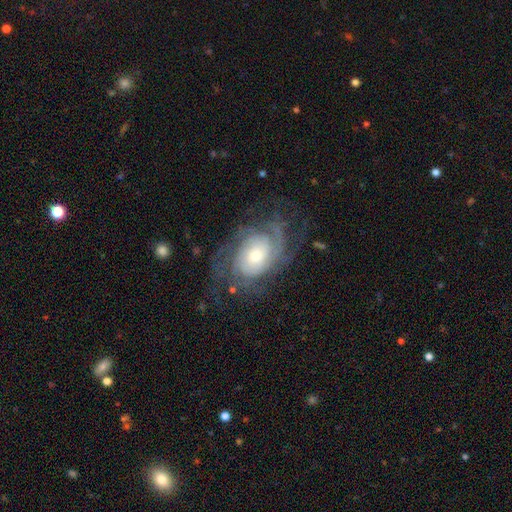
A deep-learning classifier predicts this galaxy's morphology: This is clearly a featured or disk galaxy (83%). It is clearly not viewed edge-on (97%). Bar: likely no (75%). Spiral arm pattern: clearly yes (94%). Spiral arm count: marginally can't tell (38%). Spiral winding: likely tight (60%). Central bulge: possibly moderate (46%). Merging: likely none (64%).